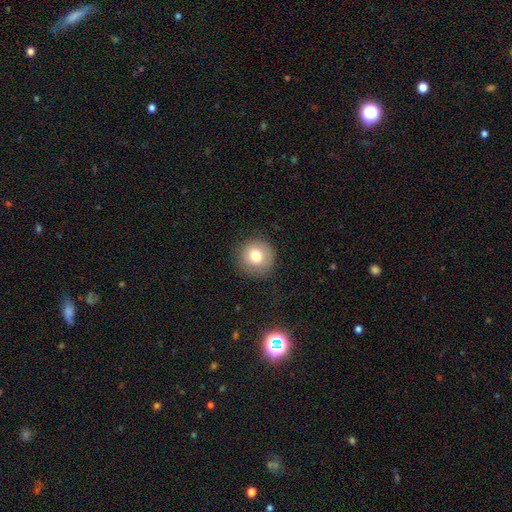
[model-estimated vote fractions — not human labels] This appears to be a smooth galaxy with no disk features (77%) that is round (94%). Merging: none (87%).